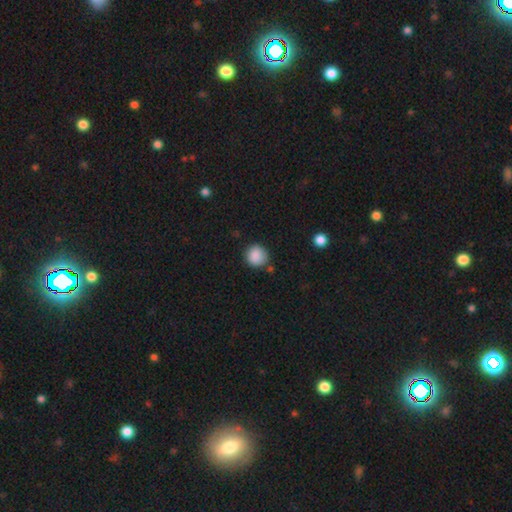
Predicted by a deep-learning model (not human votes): The model was most divided on "merging": none: 79%, minor disturbance: 14%, major disturbance: 4%, merger: 4%. More confident: how rounded — round (90%); smooth or featured — smooth (87%).